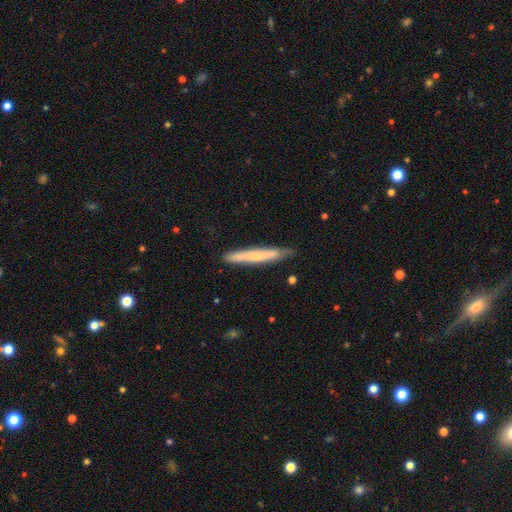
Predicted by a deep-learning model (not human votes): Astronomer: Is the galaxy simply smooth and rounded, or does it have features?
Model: smooth — 59% (runner-up: featured or disk, 35%).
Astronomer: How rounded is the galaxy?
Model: cigar-shaped — 96%.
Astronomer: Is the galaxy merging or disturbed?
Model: none — 85%.